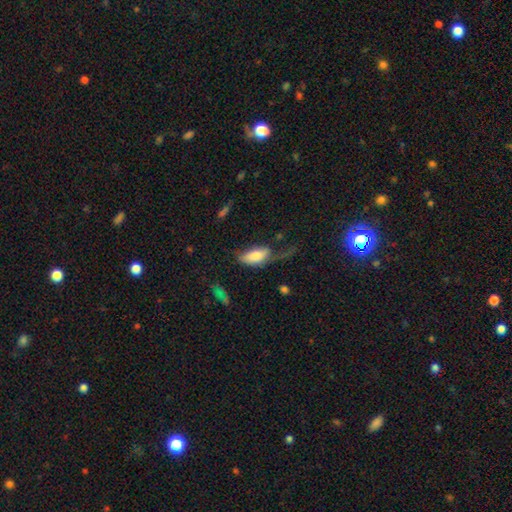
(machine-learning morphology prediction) A smooth galaxy with no disk features (72%) that is in between round and cigar-shaped (90%).

Vote fractions:
- Smooth or featured? smooth: 72% / featured or disk: 21% / star or artifact: 6%
- How rounded? in between: 90% / cigar-shaped: 7% / round: 3%
- Merging? major disturbance: 43% / none: 28% / minor disturbance: 24% / merger: 5%